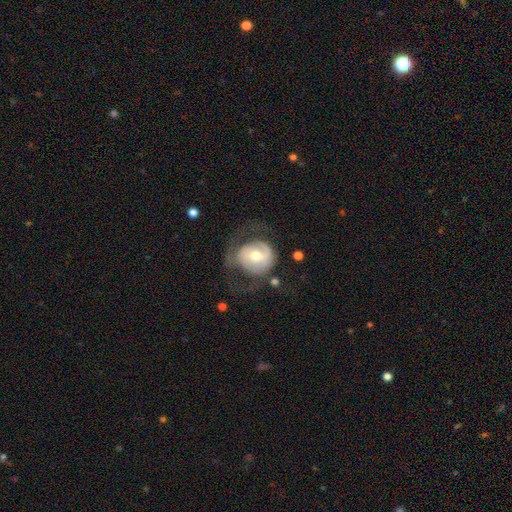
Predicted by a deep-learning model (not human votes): Smooth or featured? featured or disk (51%)
Edge-on disk? no (96%)
Merging? none (42%)